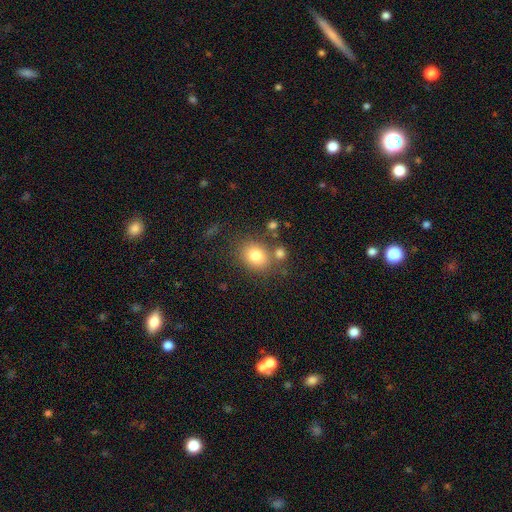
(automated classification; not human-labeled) Q: Smooth or featured?
A: smooth (79%); runner-up: star or artifact (11%)
Q: How rounded?
A: round (57%); runner-up: in between (42%)
Q: Merging?
A: none (69%); runner-up: merger (13%)